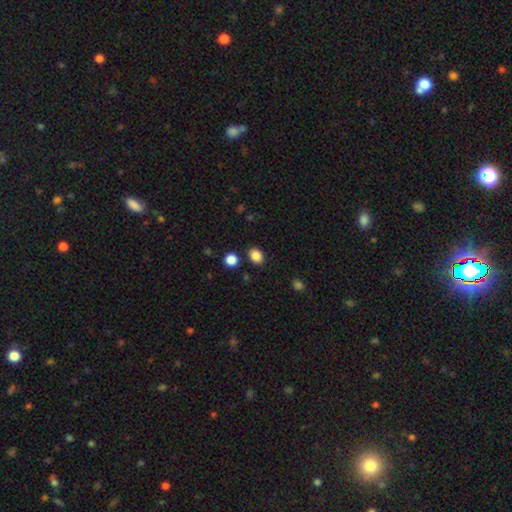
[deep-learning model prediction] smooth_or_featured: smooth (p=0.86) [alt: star or artifact p=0.10]
how_rounded: in between (p=0.60) [alt: round p=0.39]
merging: none (p=0.84) [alt: minor disturbance p=0.09]